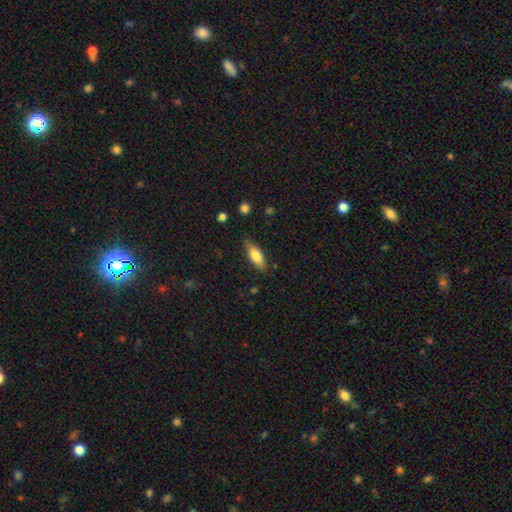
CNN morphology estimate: The model was most divided on "how rounded": in between: 68%, cigar-shaped: 29%, round: 2%. More confident: merging — none (77%); smooth or featured — smooth (73%).